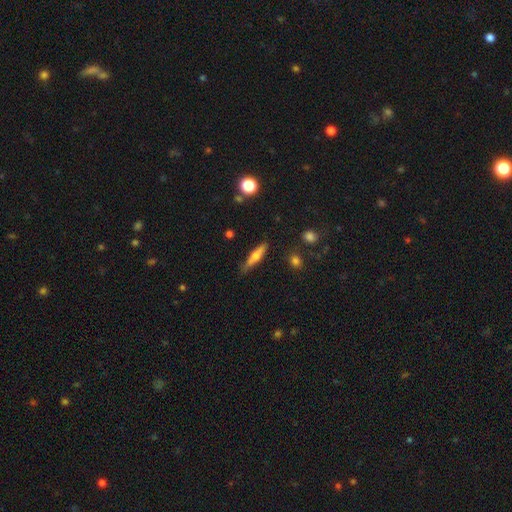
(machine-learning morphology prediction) A featured or disk galaxy (48%).

Vote fractions:
- Smooth or featured? featured or disk: 48% / smooth: 46% / star or artifact: 7%
- Merging? none: 83% / minor disturbance: 13% / major disturbance: 3% / merger: 2%